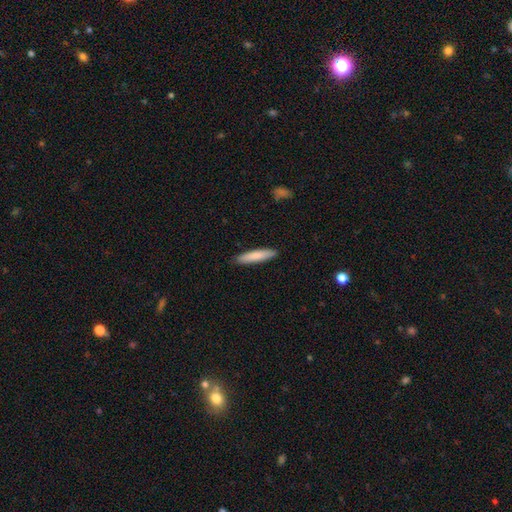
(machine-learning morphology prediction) smooth_or_featured: smooth (p=0.80) [alt: featured or disk p=0.14]
how_rounded: cigar-shaped (p=0.87) [alt: in between p=0.12]
merging: none (p=0.90) [alt: minor disturbance p=0.08]